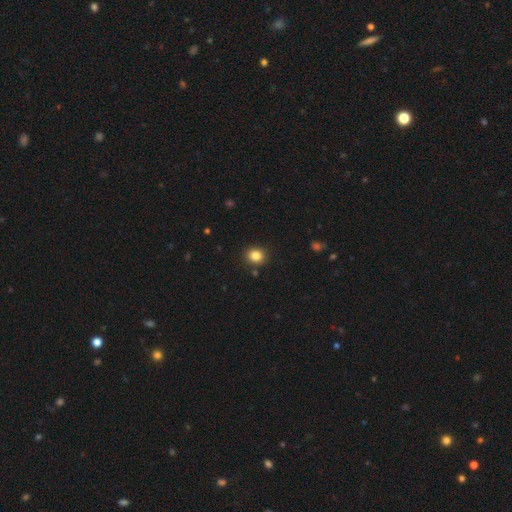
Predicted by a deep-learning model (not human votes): Overall: smooth (84%). How rounded: round (81%). Merging: none (89%).